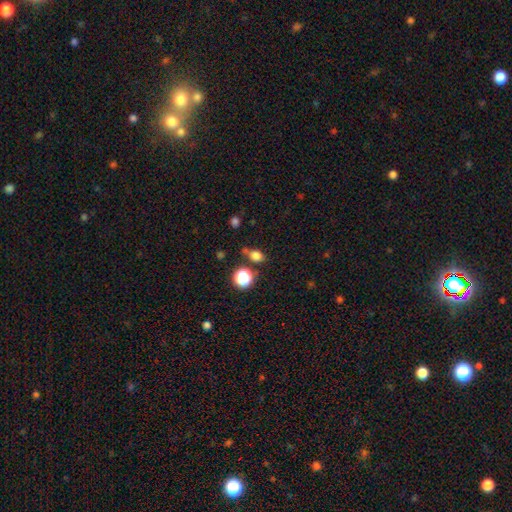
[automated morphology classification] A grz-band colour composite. It shows a smooth galaxy with no disk features (77%) that is in between round and cigar-shaped (55%). Merging: none (68%).